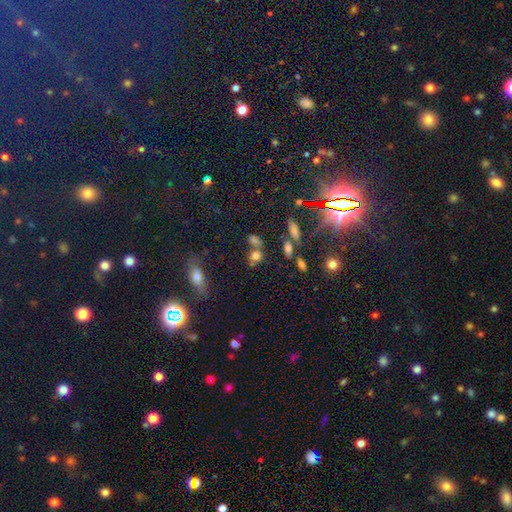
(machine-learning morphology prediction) smooth-or-featured: smooth: 69% | star or artifact: 21% | featured or disk: 11%
  how-rounded: round: 57% | in between: 40% | cigar-shaped: 3%
  merging: none: 51% | merger: 30% | minor disturbance: 12% | major disturbance: 6%